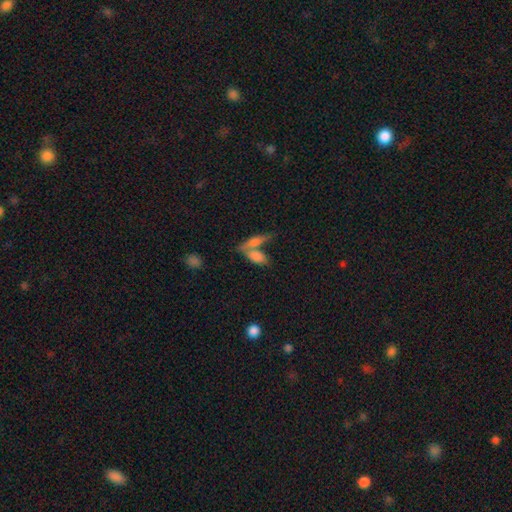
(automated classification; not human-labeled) Smooth or featured?
  - smooth: 75% *
  - featured or disk: 17%
  - star or artifact: 8%
How rounded?
  - in between: 77% *
  - cigar-shaped: 18%
  - round: 5%
Merging?
  - merger: 51% *
  - none: 35%
  - minor disturbance: 9%
  - major disturbance: 5%